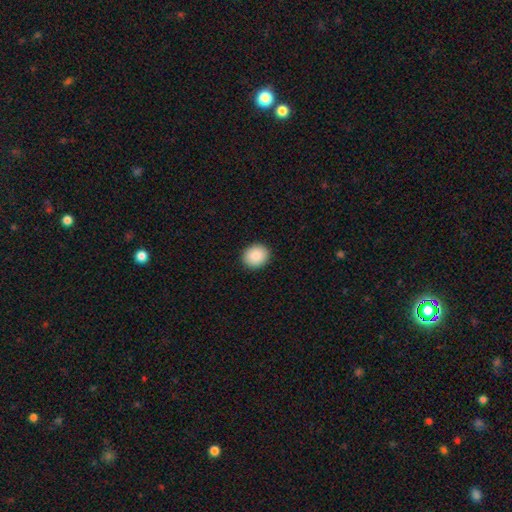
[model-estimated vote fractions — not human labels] Overall: smooth (89%). How rounded: round (66%; in between 33%). Merging: none (91%).